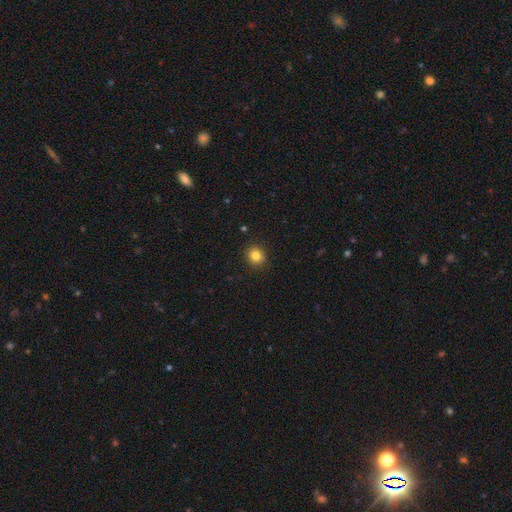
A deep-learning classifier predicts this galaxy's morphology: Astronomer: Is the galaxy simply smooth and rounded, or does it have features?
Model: smooth — 83%.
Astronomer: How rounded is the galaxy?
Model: round — 82%.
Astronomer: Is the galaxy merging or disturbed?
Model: none — 91%.